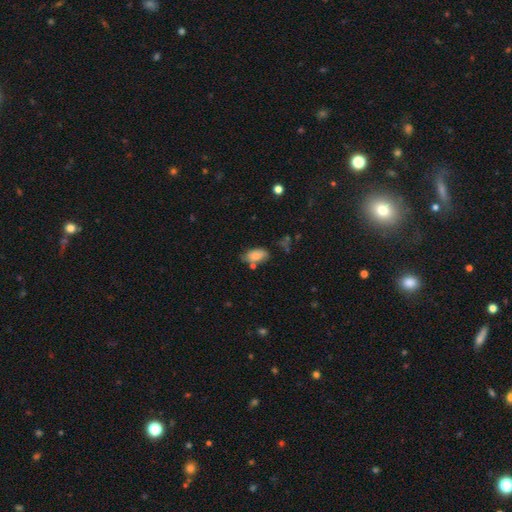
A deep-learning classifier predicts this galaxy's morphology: smooth-or-featured: smooth: 78% | featured or disk: 14% | star or artifact: 8%
  how-rounded: in between: 92% | round: 5% | cigar-shaped: 3%
  merging: none: 58% | minor disturbance: 25% | merger: 10% | major disturbance: 7%